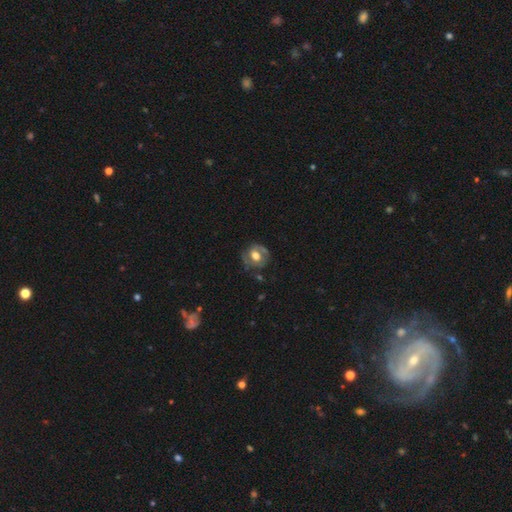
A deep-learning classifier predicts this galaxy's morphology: Smooth or featured: featured or disk — 53% (smooth — 40%)
Edge-on disk: no — 96% (yes — 4%)
Bar: no — 59% (weak — 31%)
Spiral arms: yes — 53% (no — 47%)
Bulge size: moderate — 58% (large — 33%)
Merging: none — 67% (minor disturbance — 21%)